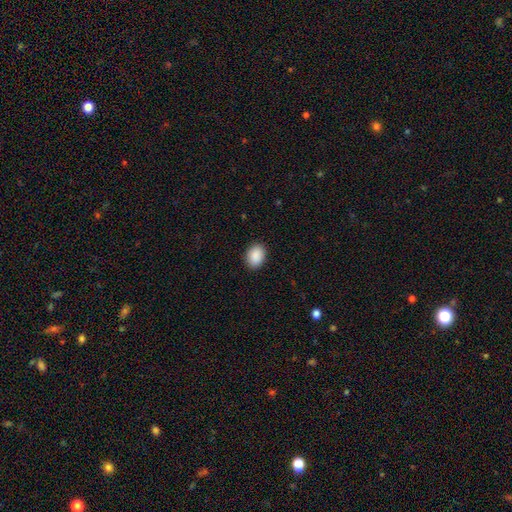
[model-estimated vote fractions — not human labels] Smooth or featured? smooth (90%)
How rounded? in between (72%)
Merging? none (90%)